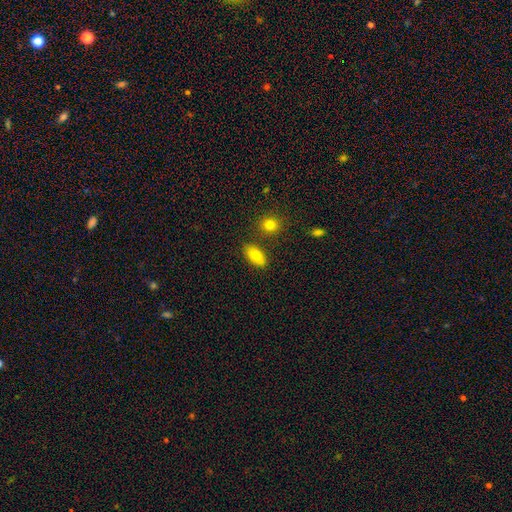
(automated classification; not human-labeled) Smooth or featured?
  - smooth: 80% *
  - featured or disk: 12%
  - star or artifact: 8%
How rounded?
  - in between: 88% *
  - cigar-shaped: 7%
  - round: 5%
Merging?
  - none: 82% *
  - minor disturbance: 10%
  - merger: 5%
  - major disturbance: 3%